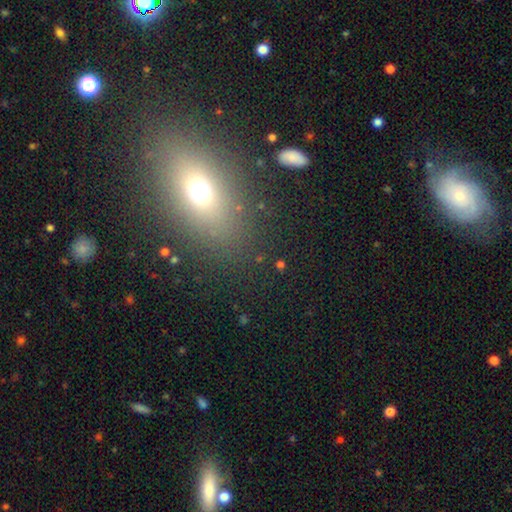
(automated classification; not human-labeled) This appears to be a smooth galaxy with no disk features (57%) that is in between round and cigar-shaped (71%). Merging: none (84%).